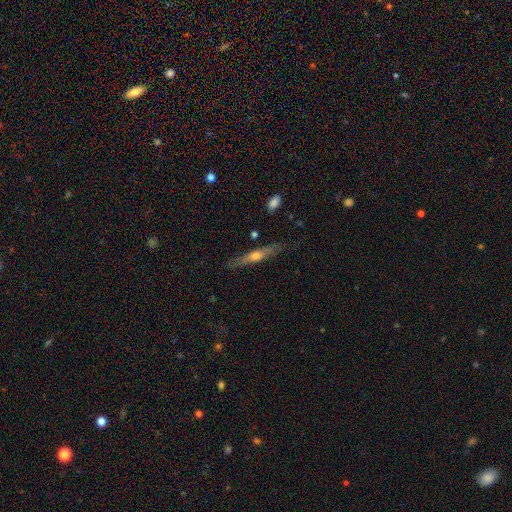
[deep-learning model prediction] Overall: featured or disk (59%; smooth 34%). Edge-on disk: yes (93%). Edge-on bulge: rounded (84%). Merging: none (83%).